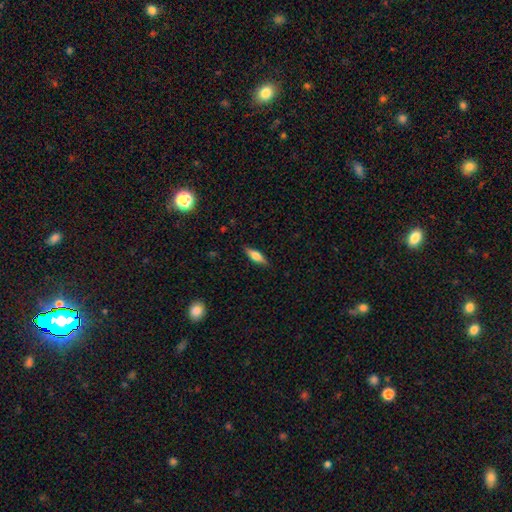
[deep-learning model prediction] smooth_or_featured: smooth (p=0.61) [alt: featured or disk p=0.32]
how_rounded: in between (p=0.52) [alt: cigar-shaped p=0.45]
merging: none (p=0.86) [alt: minor disturbance p=0.11]